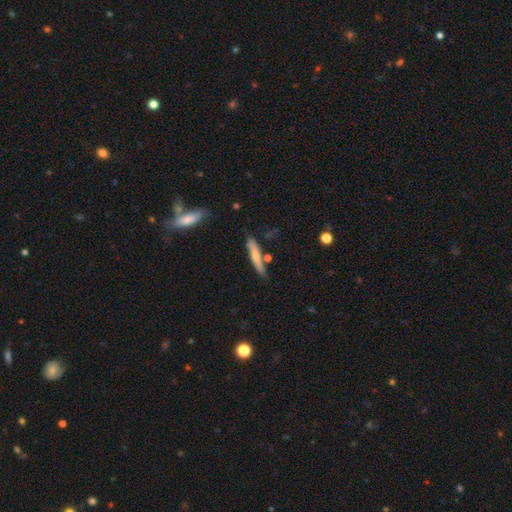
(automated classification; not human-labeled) Q: Smooth or featured?
A: smooth (63%); runner-up: featured or disk (31%)
Q: How rounded?
A: cigar-shaped (88%); runner-up: in between (10%)
Q: Merging?
A: none (71%); runner-up: minor disturbance (17%)